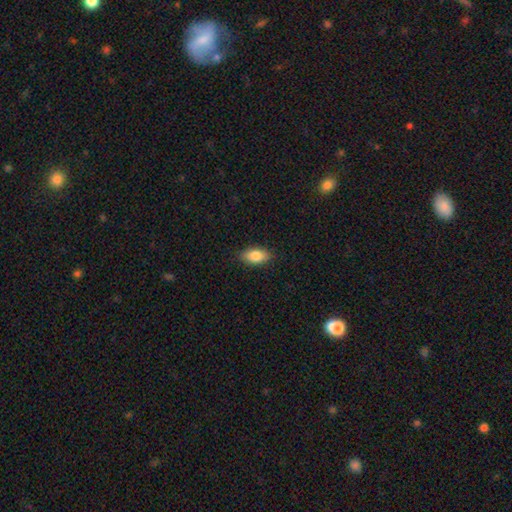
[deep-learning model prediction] Overall: smooth (83%). How rounded: in between (90%). Merging: none (87%).